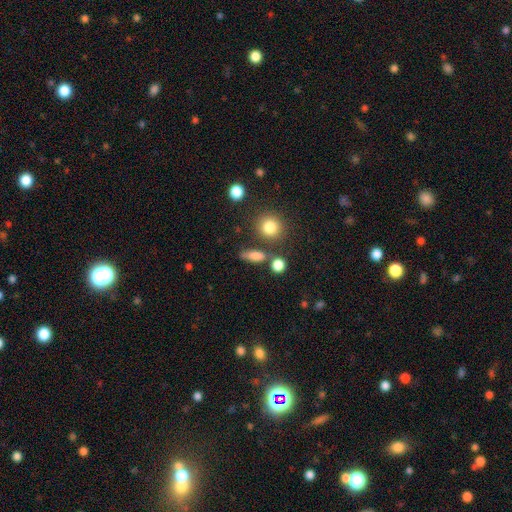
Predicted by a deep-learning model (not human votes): Morphology: type=smooth (78%); roundness=in between (48%); merging=none (67%).